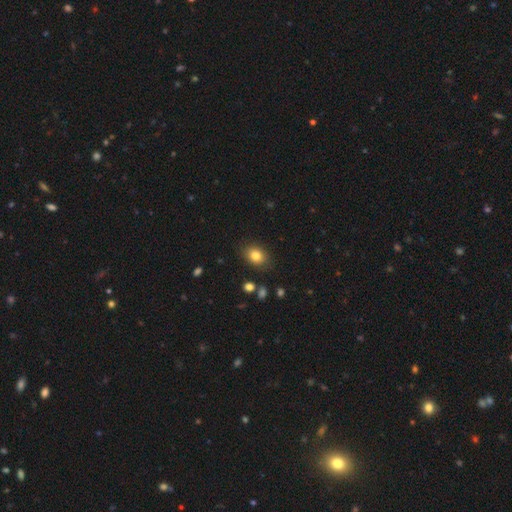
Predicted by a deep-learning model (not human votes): Q: Smooth or featured?
A: smooth (82%); runner-up: star or artifact (10%)
Q: How rounded?
A: in between (67%); runner-up: round (32%)
Q: Merging?
A: none (85%); runner-up: minor disturbance (11%)